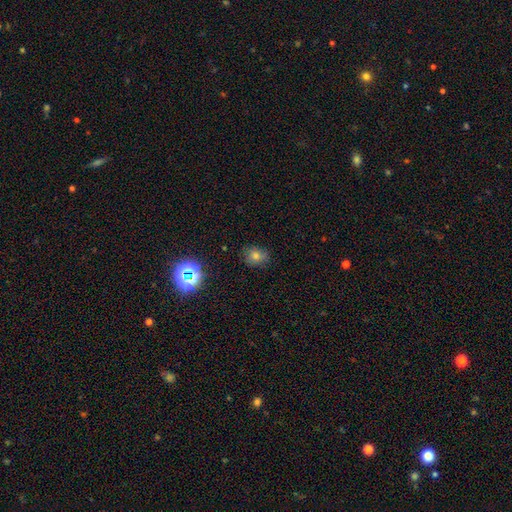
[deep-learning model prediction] This is likely a smooth galaxy (71%). How rounded: likely round (61%). Merging: clearly none (80%).